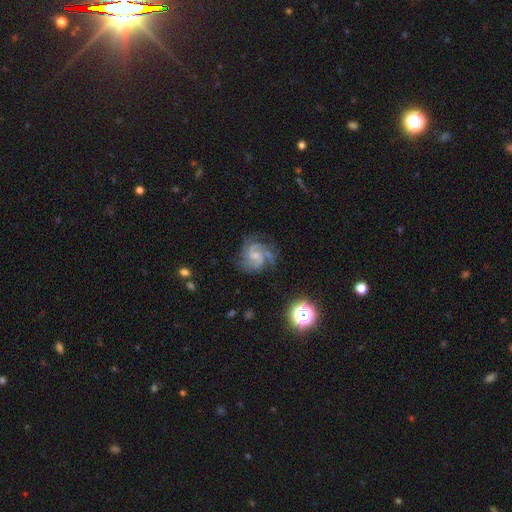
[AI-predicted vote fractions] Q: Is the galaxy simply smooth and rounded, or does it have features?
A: featured or disk — 87%.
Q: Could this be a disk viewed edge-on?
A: no — 98%.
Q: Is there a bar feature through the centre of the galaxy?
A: weak — 50%.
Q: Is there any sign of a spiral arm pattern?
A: yes — 98%.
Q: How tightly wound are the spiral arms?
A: medium — 55%.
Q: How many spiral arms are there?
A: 2 — 45%.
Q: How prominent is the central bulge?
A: small — 53%.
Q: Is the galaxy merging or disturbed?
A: none — 69%.